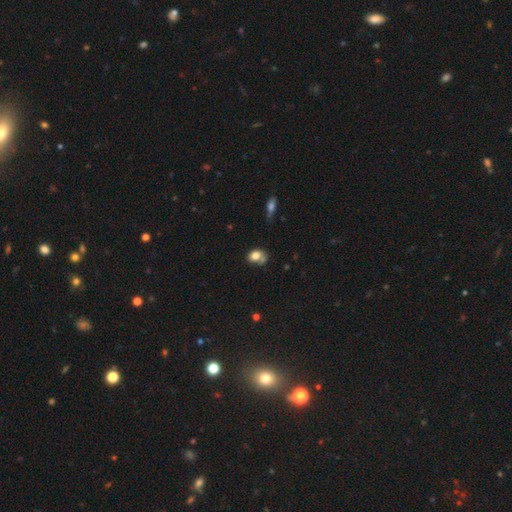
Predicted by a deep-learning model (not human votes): smooth_or_featured: smooth (p=0.77) [alt: featured or disk p=0.13]
how_rounded: in between (p=0.60) [alt: round p=0.39]
merging: none (p=0.47) [alt: minor disturbance p=0.27]